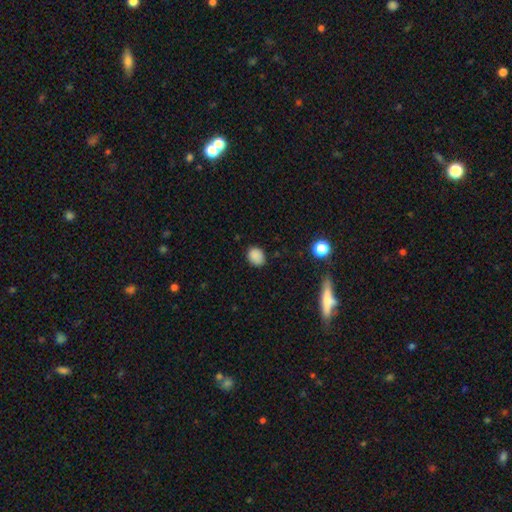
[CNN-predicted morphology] smooth_or_featured: smooth (p=0.86) [alt: star or artifact p=0.10]
how_rounded: in between (p=0.51) [alt: round p=0.48]
merging: none (p=0.79) [alt: minor disturbance p=0.16]